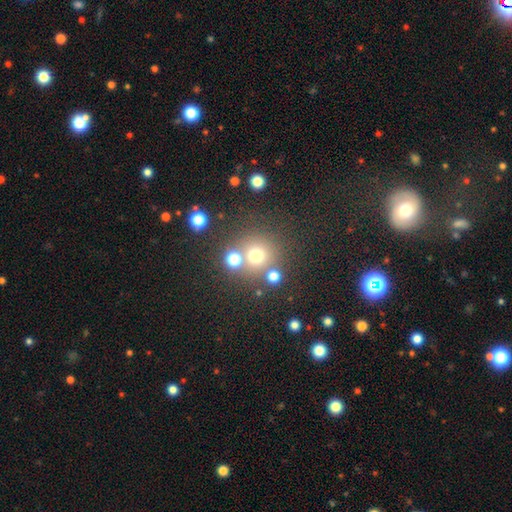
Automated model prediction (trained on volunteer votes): Morphology: type=smooth (69%); roundness=round (92%); merging=none (70%).